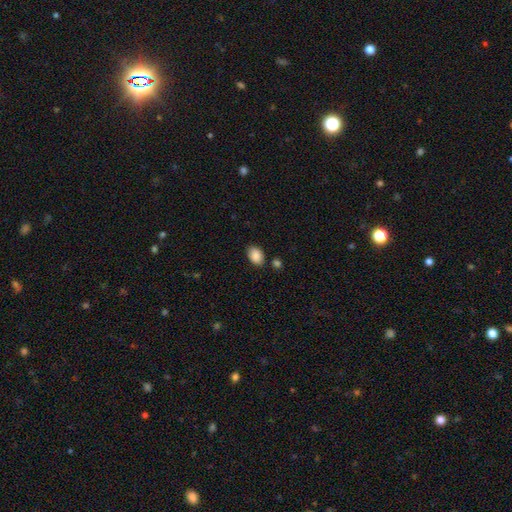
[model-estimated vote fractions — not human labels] A smooth galaxy with no disk features (89%) that is in between round and cigar-shaped (83%).

Vote fractions:
- Smooth or featured? smooth: 89% / star or artifact: 8% / featured or disk: 4%
- How rounded? in between: 83% / round: 16% / cigar-shaped: 1%
- Merging? none: 81% / minor disturbance: 12% / merger: 4% / major disturbance: 3%